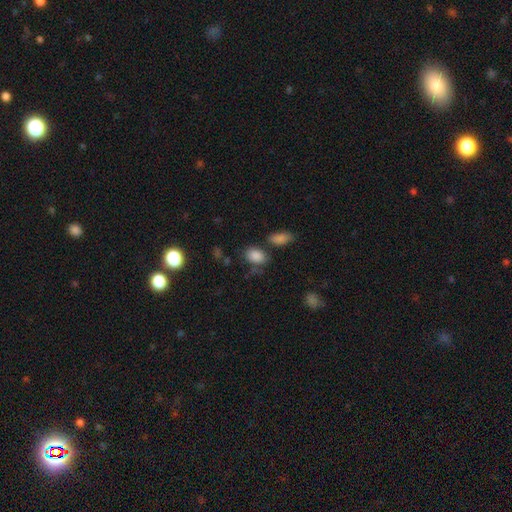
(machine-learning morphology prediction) Smooth or featured?
  - smooth: 86% *
  - star or artifact: 9%
  - featured or disk: 5%
How rounded?
  - in between: 81% *
  - round: 17%
  - cigar-shaped: 2%
Merging?
  - none: 66% *
  - minor disturbance: 16%
  - merger: 12%
  - major disturbance: 6%